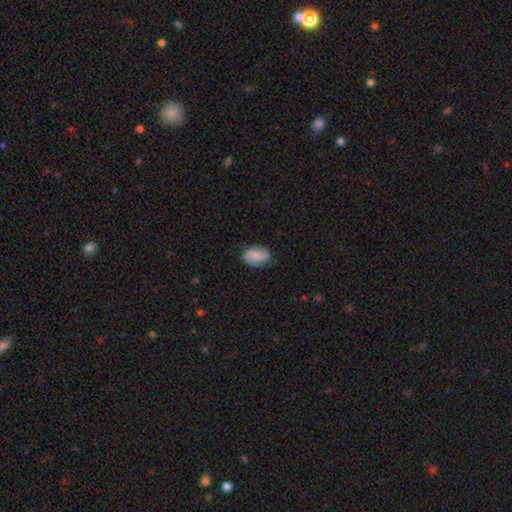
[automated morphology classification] Smooth or featured? Predicted: smooth (p=0.57). How rounded? Predicted: in between (p=0.85). Merging? Predicted: none (p=0.78).